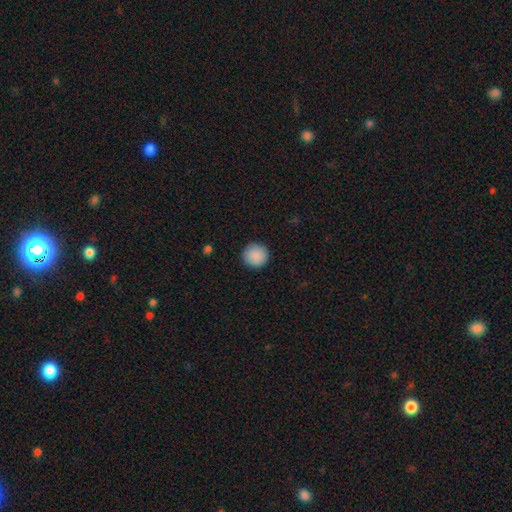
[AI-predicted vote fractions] Smooth or featured?
  - smooth: 90% *
  - star or artifact: 7%
  - featured or disk: 3%
How rounded?
  - round: 96% *
  - in between: 4%
  - cigar-shaped: 1%
Merging?
  - none: 92% *
  - minor disturbance: 6%
  - major disturbance: 2%
  - merger: 1%